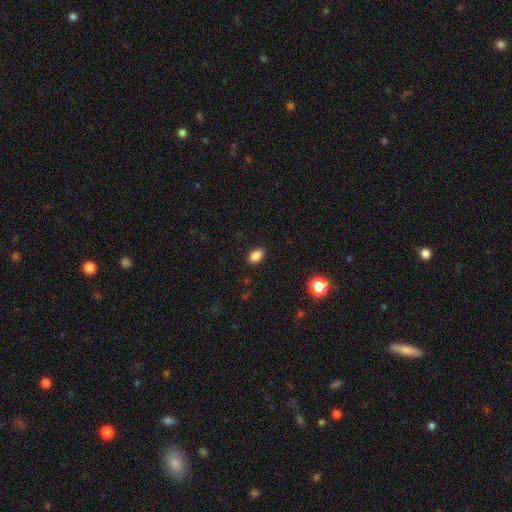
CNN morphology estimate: This is clearly a smooth galaxy (86%). How rounded: clearly in between (84%). Merging: clearly none (89%).